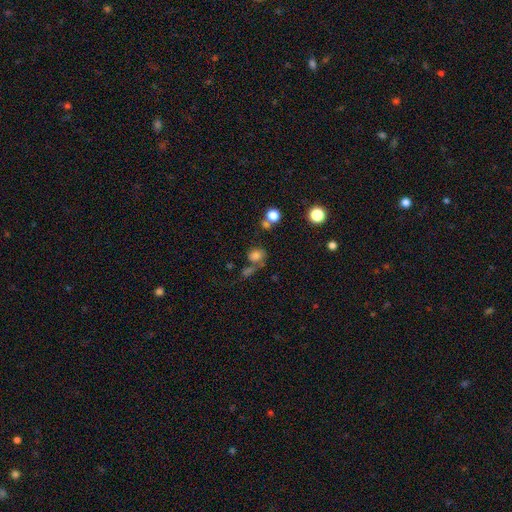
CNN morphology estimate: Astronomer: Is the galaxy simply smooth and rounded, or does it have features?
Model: smooth — 74%.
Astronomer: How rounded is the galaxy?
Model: round — 61% (runner-up: in between, 37%).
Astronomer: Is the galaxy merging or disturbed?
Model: none — 47% (runner-up: merger, 26%).